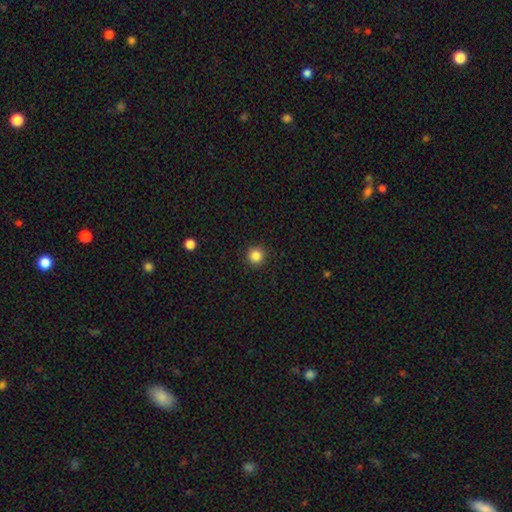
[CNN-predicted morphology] Smooth or featured: smooth — 85% (star or artifact — 11%)
How rounded: round — 95% (in between — 4%)
Merging: none — 93% (minor disturbance — 5%)